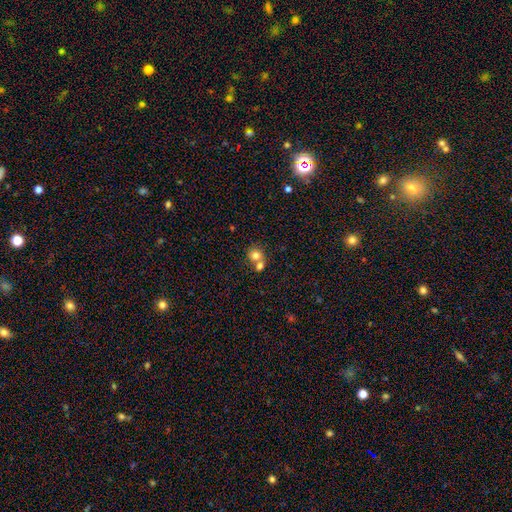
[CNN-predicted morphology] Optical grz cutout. It shows a smooth galaxy with no disk features (78%) that is round (80%). Merging: merger (51%).